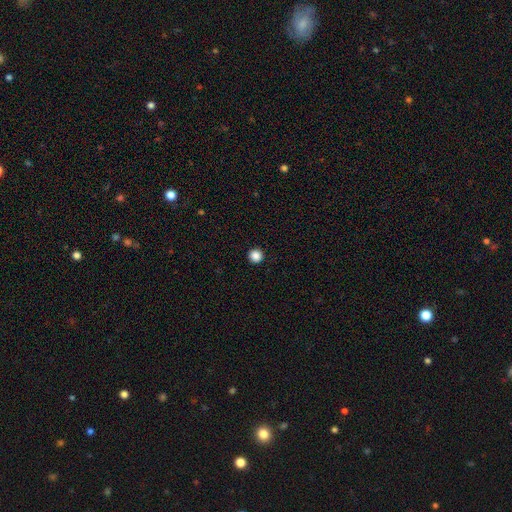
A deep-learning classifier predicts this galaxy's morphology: Smooth or featured: smooth — 87% (star or artifact — 11%)
How rounded: round — 96% (in between — 3%)
Merging: none — 94% (minor disturbance — 4%)